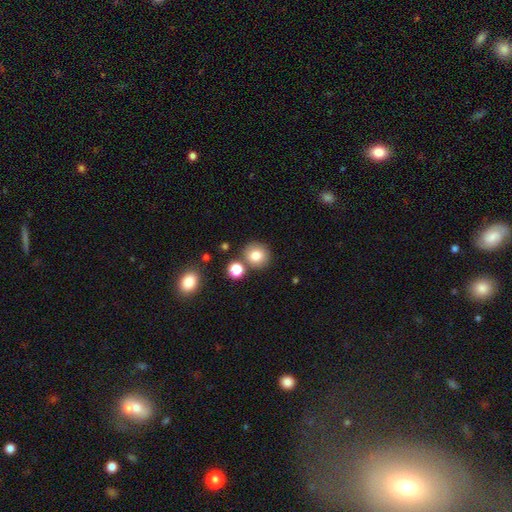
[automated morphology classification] smooth-or-featured: smooth: 81% | star or artifact: 11% | featured or disk: 8%
  how-rounded: round: 86% | in between: 13% | cigar-shaped: 1%
  merging: none: 77% | merger: 11% | minor disturbance: 9% | major disturbance: 3%